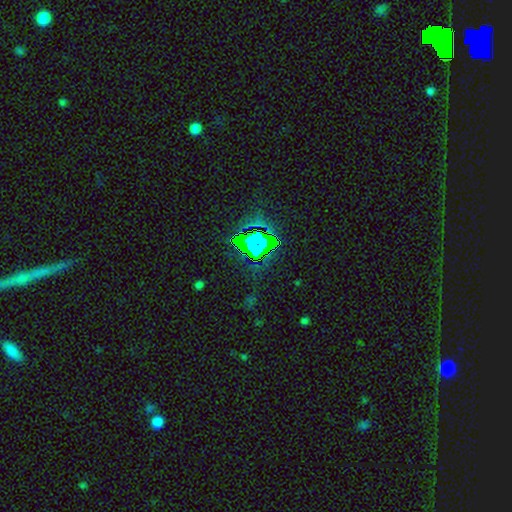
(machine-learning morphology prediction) smooth_or_featured: star or artifact (p=0.74) [alt: smooth p=0.16]